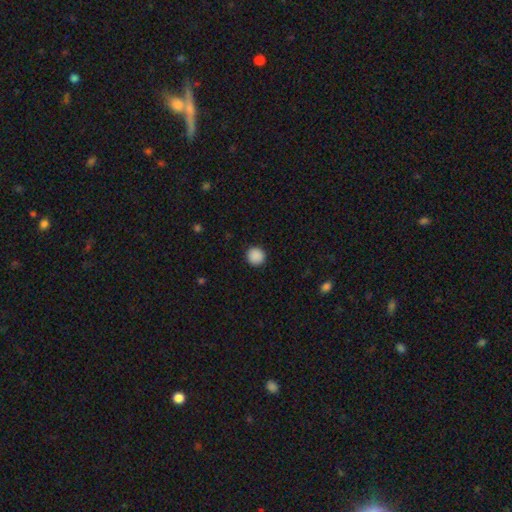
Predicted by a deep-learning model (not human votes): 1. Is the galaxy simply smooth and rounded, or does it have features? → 89% smooth, 9% star or artifact, 2% featured or disk.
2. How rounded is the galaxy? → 93% round, 6% in between, 1% cigar-shaped.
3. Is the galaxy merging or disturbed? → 92% none, 5% minor disturbance, 2% major disturbance, 1% merger.